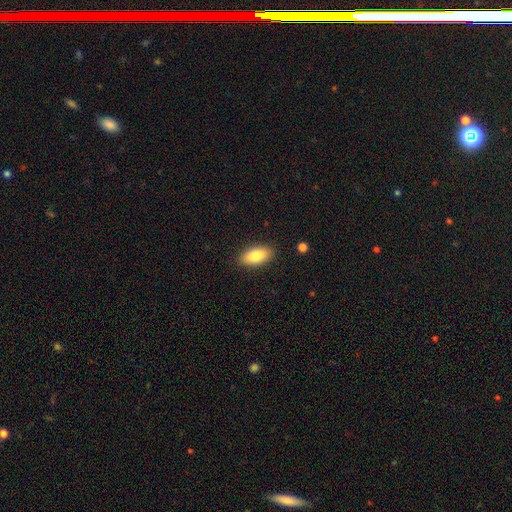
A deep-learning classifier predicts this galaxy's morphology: A smooth galaxy with no disk features (83%) that is in between round and cigar-shaped (90%).

Vote fractions:
- Smooth or featured? smooth: 83% / featured or disk: 10% / star or artifact: 6%
- How rounded? in between: 90% / cigar-shaped: 7% / round: 3%
- Merging? none: 88% / minor disturbance: 9% / major disturbance: 2% / merger: 1%